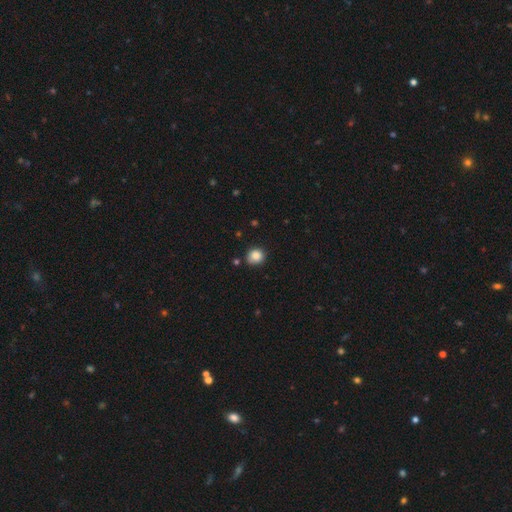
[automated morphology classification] Q: Smooth or featured?
A: smooth (86%); runner-up: star or artifact (10%)
Q: How rounded?
A: round (85%); runner-up: in between (14%)
Q: Merging?
A: none (78%); runner-up: minor disturbance (15%)